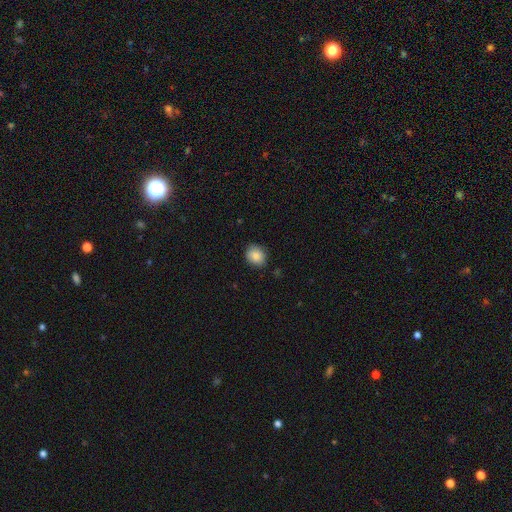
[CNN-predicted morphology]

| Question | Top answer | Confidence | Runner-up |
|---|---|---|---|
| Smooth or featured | smooth | 83% | star or artifact (9%) |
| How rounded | round | 70% | in between (29%) |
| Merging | none | 83% | minor disturbance (13%) |